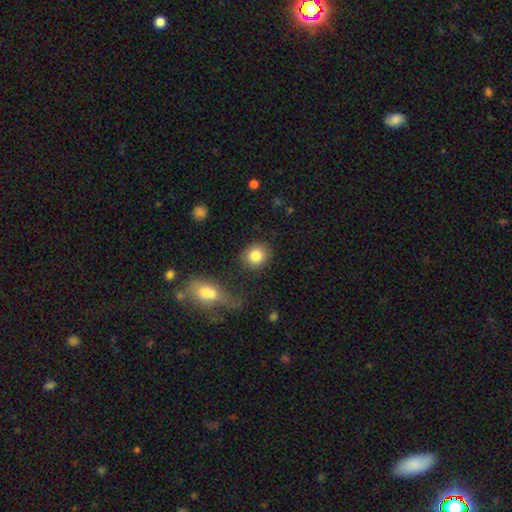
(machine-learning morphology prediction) type=smooth (84%); roundness=round (80%); merging=none (80%).